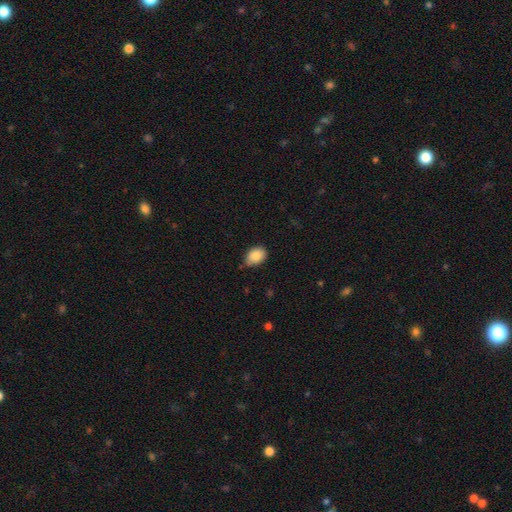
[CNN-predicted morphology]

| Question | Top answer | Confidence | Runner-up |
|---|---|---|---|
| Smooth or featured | smooth | 86% | star or artifact (8%) |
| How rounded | in between | 73% | round (26%) |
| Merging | none | 65% | minor disturbance (29%) |